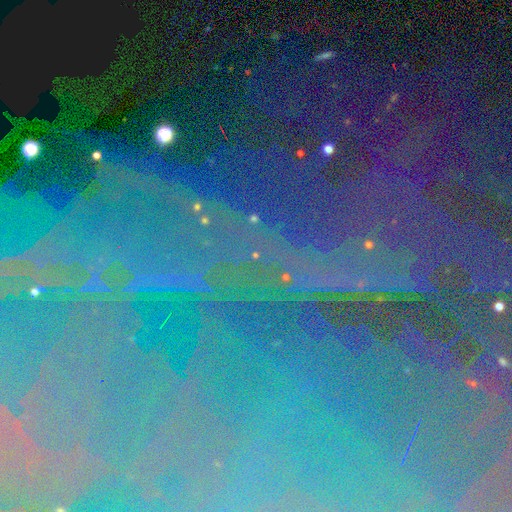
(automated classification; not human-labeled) smooth_or_featured: star or artifact (p=0.87) [alt: featured or disk p=0.07]